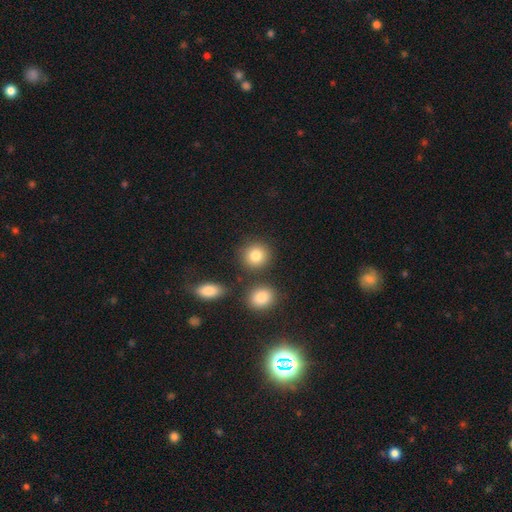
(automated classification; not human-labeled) The model was most divided on "how rounded": round: 84%, in between: 15%, cigar-shaped: 1%. More confident: smooth or featured — smooth (83%); merging — none (81%).